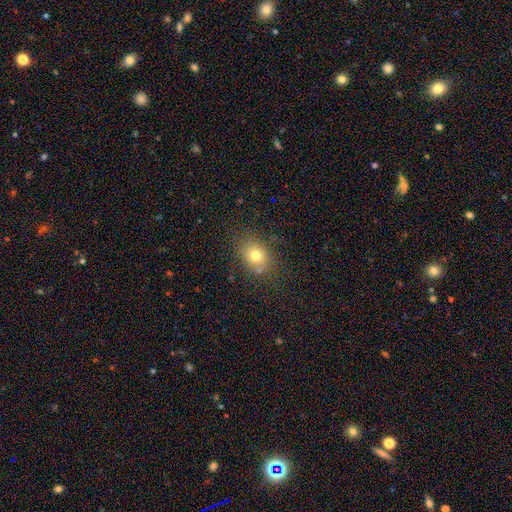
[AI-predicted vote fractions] Smooth or featured: smooth — 74% (star or artifact — 13%)
How rounded: in between — 50% (round — 49%)
Merging: none — 77% (minor disturbance — 14%)